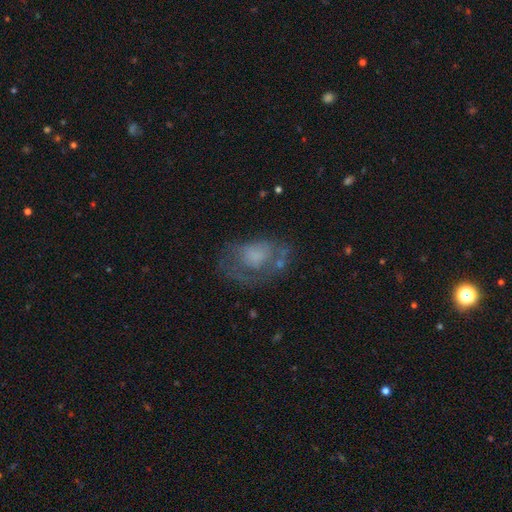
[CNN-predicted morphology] This appears to be a featured or disk galaxy (48%). Merging: none (42%).